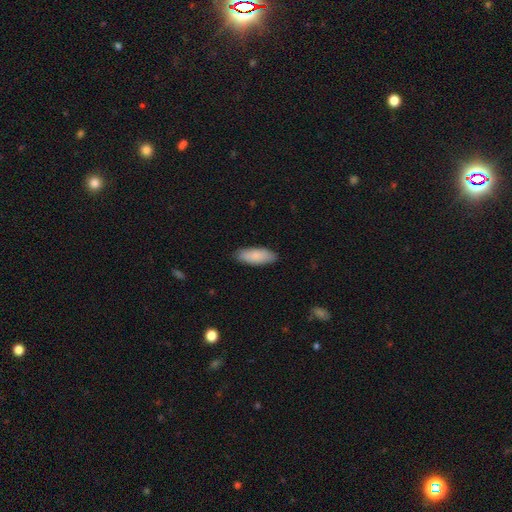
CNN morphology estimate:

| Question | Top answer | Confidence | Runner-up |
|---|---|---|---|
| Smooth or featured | smooth | 87% | featured or disk (8%) |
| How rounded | in between | 75% | cigar-shaped (23%) |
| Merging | none | 87% | minor disturbance (10%) |